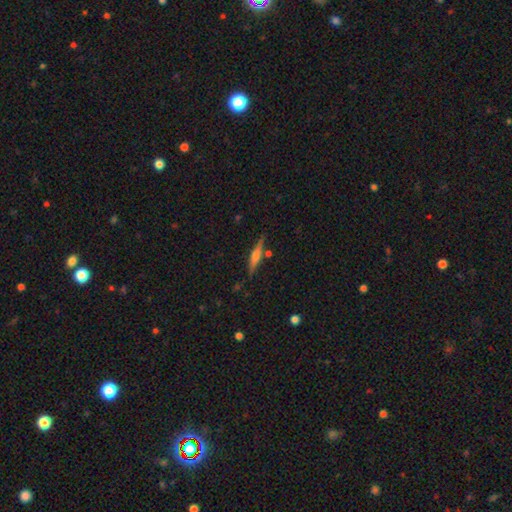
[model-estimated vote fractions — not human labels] Overall: featured or disk (64%; smooth 28%). Edge-on disk: yes (97%). Edge-on bulge: rounded (76%). Merging: none (84%).